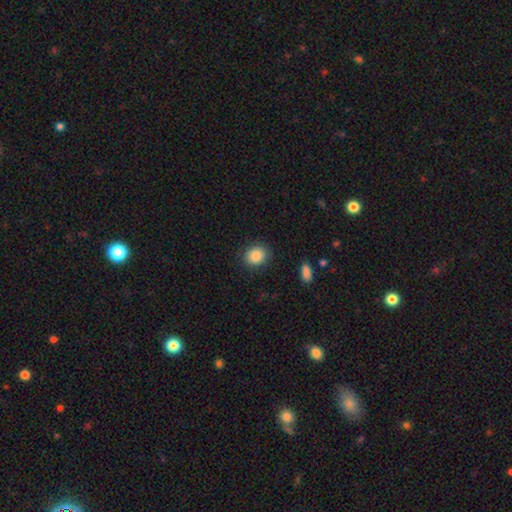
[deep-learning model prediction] A smooth galaxy with no disk features (87%) that is round (59%). Merging: none (86%).